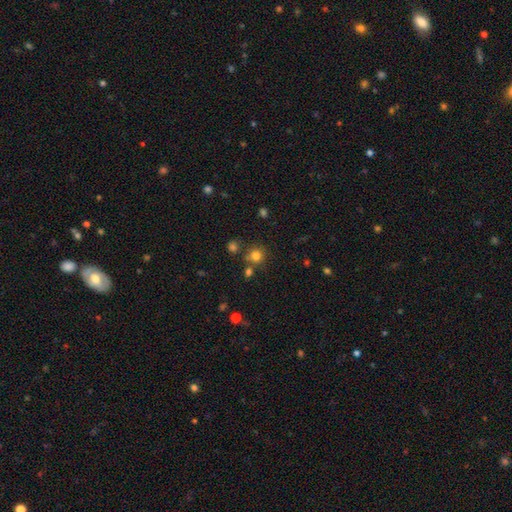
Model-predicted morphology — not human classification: Smooth or featured? smooth (77%)
How rounded? round (89%)
Merging? none (74%)